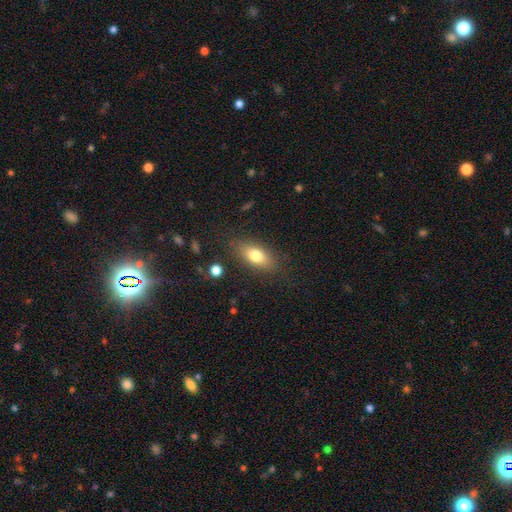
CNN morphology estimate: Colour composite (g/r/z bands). It shows a smooth galaxy with no disk features (76%) that is in between round and cigar-shaped (81%). Merging: none (82%).